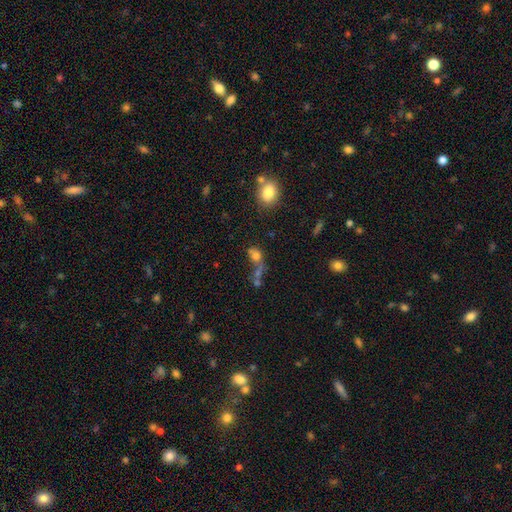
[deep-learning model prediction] smooth 68%, star or artifact 16%, featured or disk 16%. Down the decision tree: how rounded — in between (48%, tied with round); merging — merger (47%).